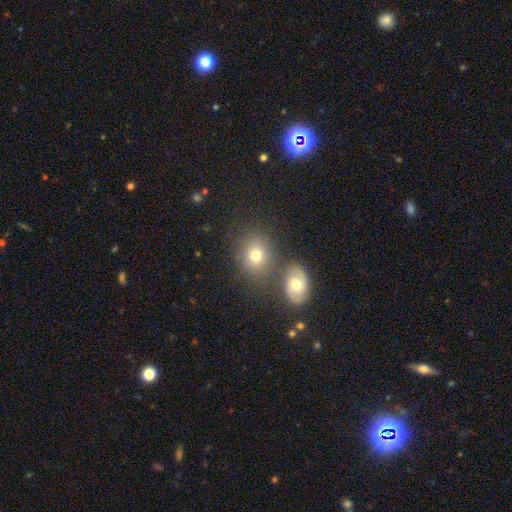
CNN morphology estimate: This appears to be a smooth galaxy with no disk features (72%) that is round (58%). Merging: none (67%).